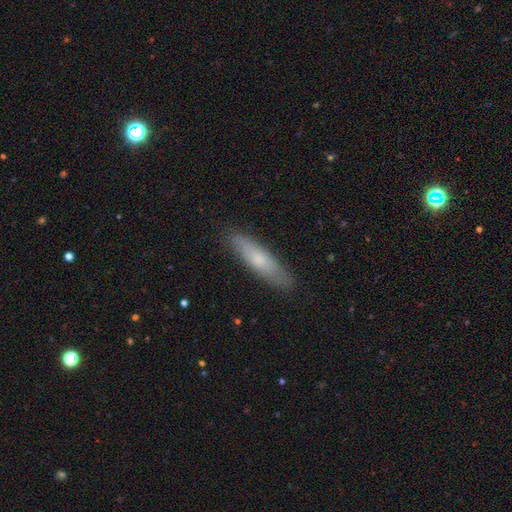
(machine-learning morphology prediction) Smooth or featured? smooth (58%)
How rounded? cigar-shaped (80%)
Merging? none (88%)